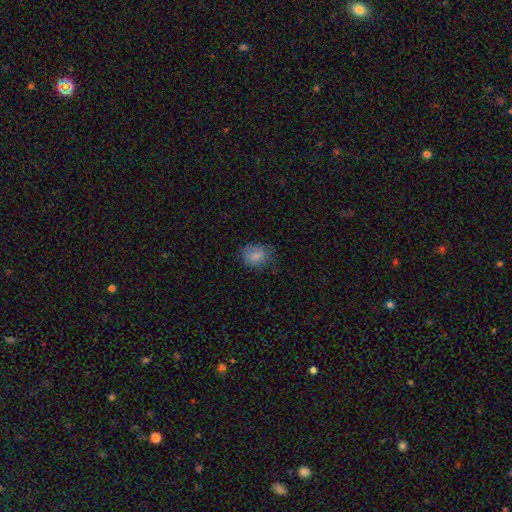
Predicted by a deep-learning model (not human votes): A smooth galaxy with no disk features (78%) that is in between round and cigar-shaped (60%). Merging: none (61%).